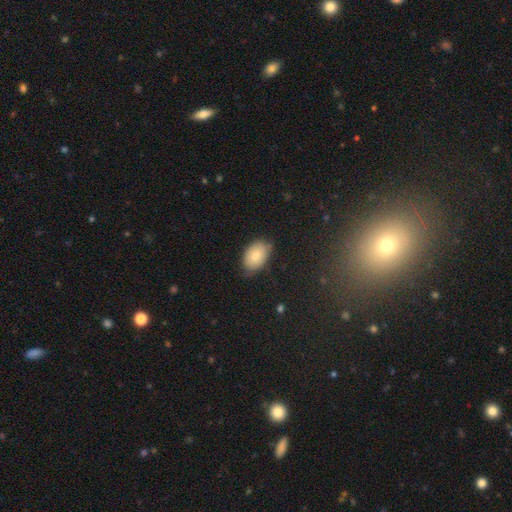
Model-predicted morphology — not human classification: A smooth galaxy with no disk features (81%) that is in between round and cigar-shaped (90%). Merging: none (73%).